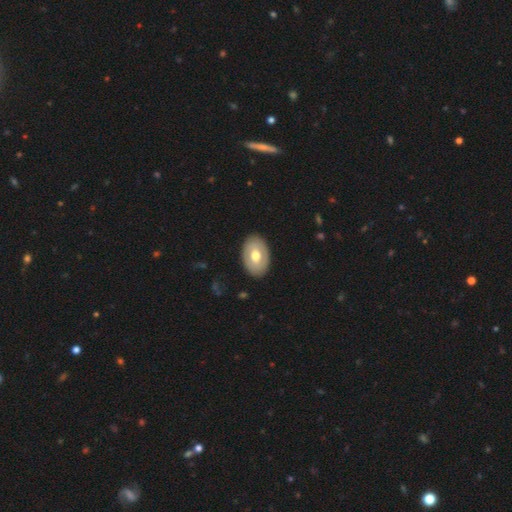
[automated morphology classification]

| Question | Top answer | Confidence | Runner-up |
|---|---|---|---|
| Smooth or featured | smooth | 54% | featured or disk (41%) |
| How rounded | in between | 86% | round (13%) |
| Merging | none | 87% | minor disturbance (10%) |